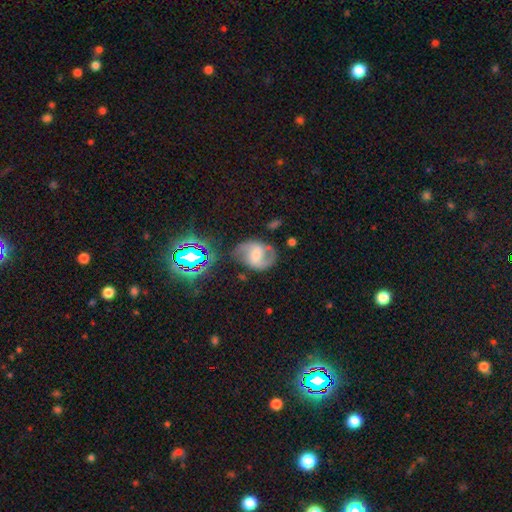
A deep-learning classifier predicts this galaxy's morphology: Smooth or featured?
  - featured or disk: 71% *
  - smooth: 16%
  - star or artifact: 13%
Edge-on disk?
  - no: 97% *
  - yes: 3%
Bar?
  - weak: 48% *
  - strong: 30%
  - no: 22%
Spiral arms?
  - yes: 92% *
  - no: 8%
Spiral winding?
  - medium: 49% *
  - loose: 30%
  - tight: 21%
Spiral arm count?
  - 2: 86% *
  - can't tell: 7%
  - 1: 3%
  - 3: 2%
  - 4: 1%
  - more than 4: 1%
Bulge size?
  - moderate: 42% *
  - small: 41%
  - none: 9%
  - large: 6%
  - dominant: 2%
Merging?
  - none: 68% *
  - minor disturbance: 19%
  - major disturbance: 9%
  - merger: 4%